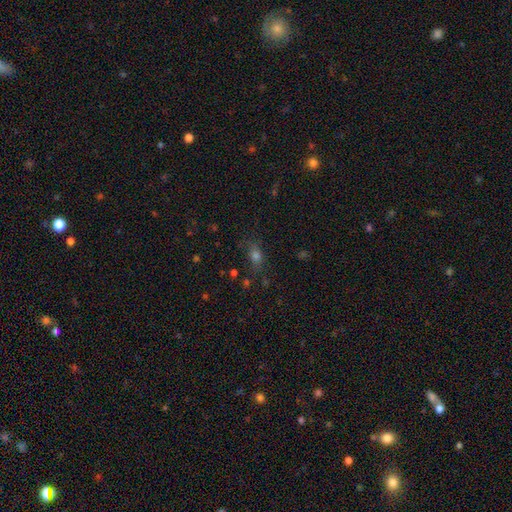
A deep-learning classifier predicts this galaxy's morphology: This is likely a smooth galaxy (63%). How rounded: likely in between (65%). Merging: likely none (71%).